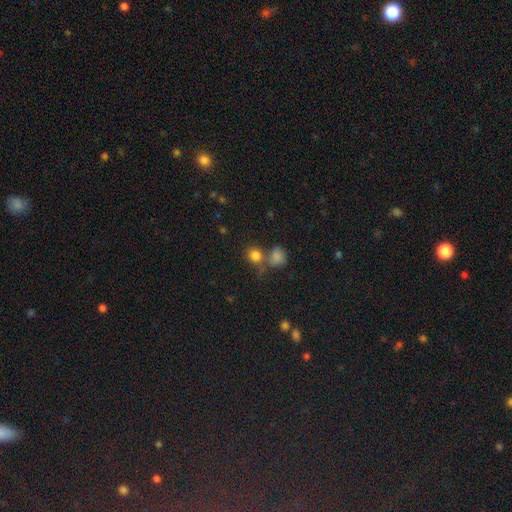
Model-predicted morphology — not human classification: The model was most divided on "merging": none: 53%, merger: 34%, minor disturbance: 9%, major disturbance: 4%. More confident: smooth or featured — smooth (82%); how rounded — round (81%).